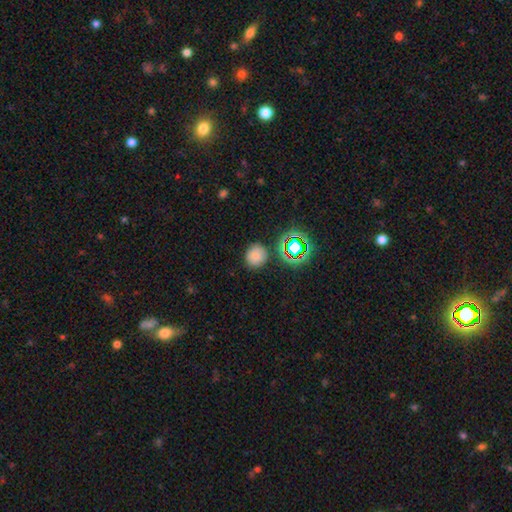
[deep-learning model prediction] Morphology: type=smooth (74%); roundness=round (86%); merging=none (83%).